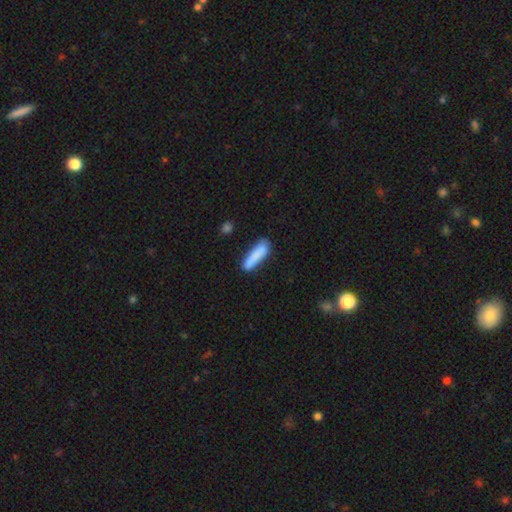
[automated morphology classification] A smooth galaxy with no disk features (82%) that is cigar-shaped (76%). Merging: none (70%).